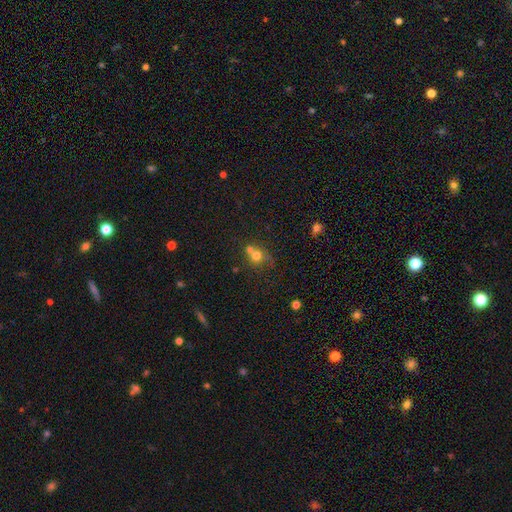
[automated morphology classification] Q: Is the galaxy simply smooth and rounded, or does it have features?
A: smooth — 71%.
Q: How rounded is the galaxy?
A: round — 83%.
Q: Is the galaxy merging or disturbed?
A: merger — 44%.